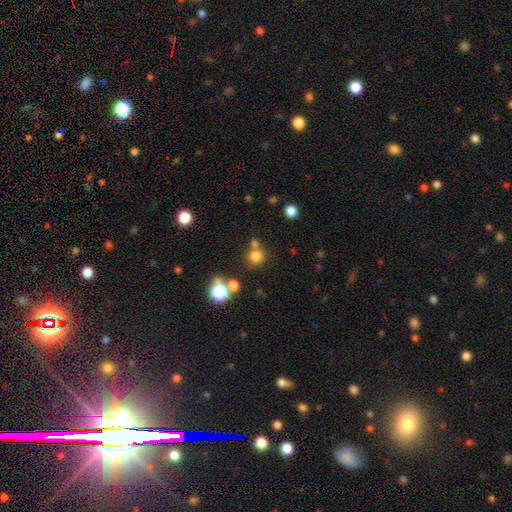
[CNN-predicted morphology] The model was most divided on "merging": none: 67%, merger: 21%, minor disturbance: 8%, major disturbance: 4%. More confident: how rounded — round (92%); smooth or featured — smooth (75%).